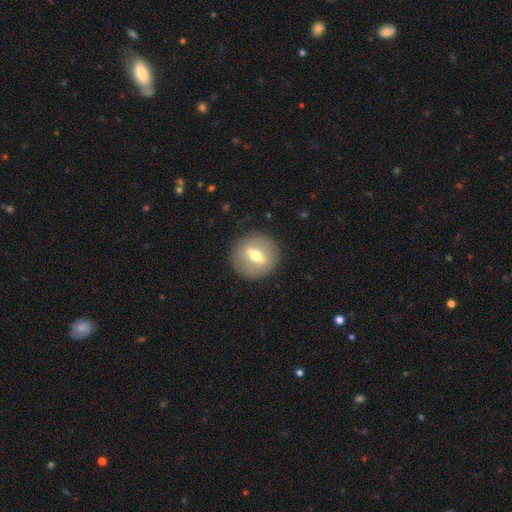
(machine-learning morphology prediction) Smooth or featured? Predicted: featured or disk (p=0.53). Edge-on disk? Predicted: no (p=0.70). Merging? Predicted: none (p=0.87).